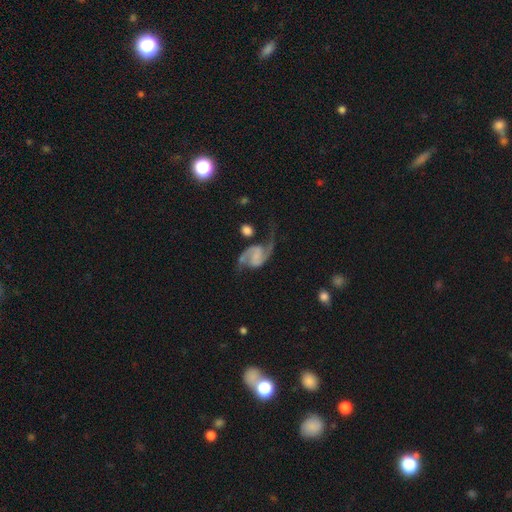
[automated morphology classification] This appears to be a featured or disk galaxy (88%) with no bar (42%), 2 (94%) loose (58%) spiral arms (97%) and no central bulge (63%). Merging: none (63%).